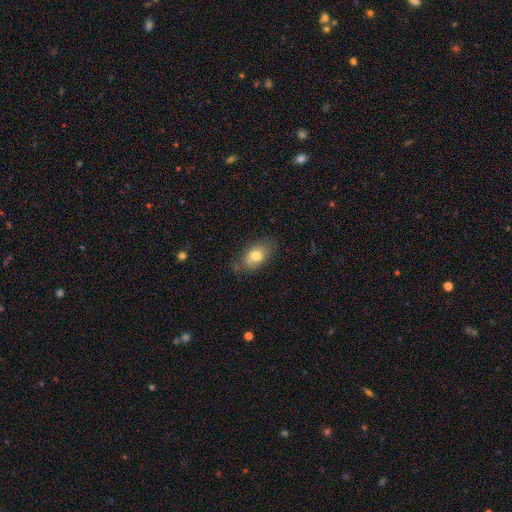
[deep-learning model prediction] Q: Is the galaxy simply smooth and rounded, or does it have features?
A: smooth — 75%.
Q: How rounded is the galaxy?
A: in between — 86%.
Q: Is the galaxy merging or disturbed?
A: none — 65%.